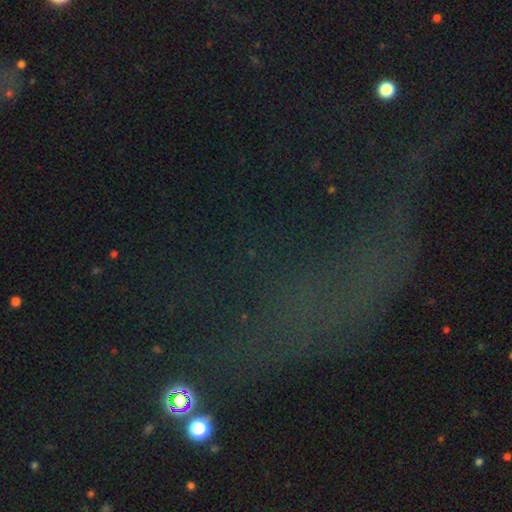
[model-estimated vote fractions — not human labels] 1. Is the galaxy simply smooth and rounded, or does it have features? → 69% star or artifact, 17% smooth, 14% featured or disk.